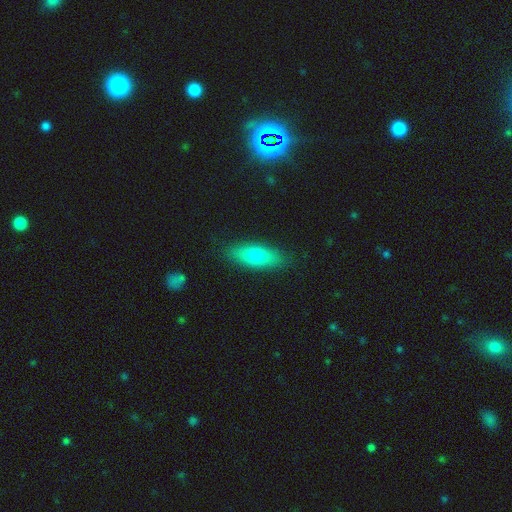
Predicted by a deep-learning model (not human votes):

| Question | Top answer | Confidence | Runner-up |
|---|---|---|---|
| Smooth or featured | smooth | 75% | featured or disk (18%) |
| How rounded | in between | 64% | cigar-shaped (33%) |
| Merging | none | 86% | minor disturbance (10%) |